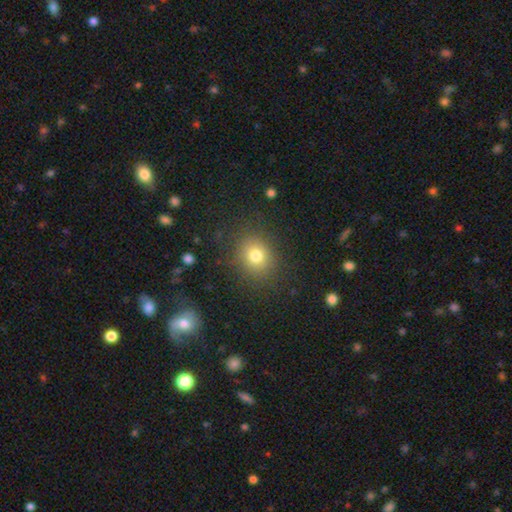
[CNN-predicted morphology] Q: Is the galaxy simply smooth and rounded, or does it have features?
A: smooth — 77%.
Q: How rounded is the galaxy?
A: round — 70%.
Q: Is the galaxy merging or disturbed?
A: none — 84%.